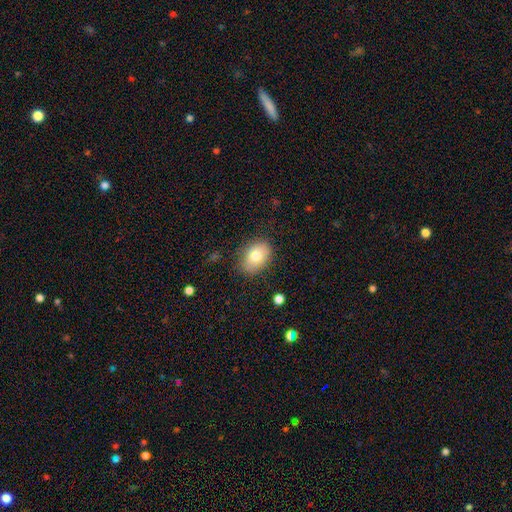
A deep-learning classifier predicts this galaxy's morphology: The model was most divided on "how rounded": in between: 74%, round: 25%, cigar-shaped: 1%. More confident: merging — none (80%); smooth or featured — smooth (77%).